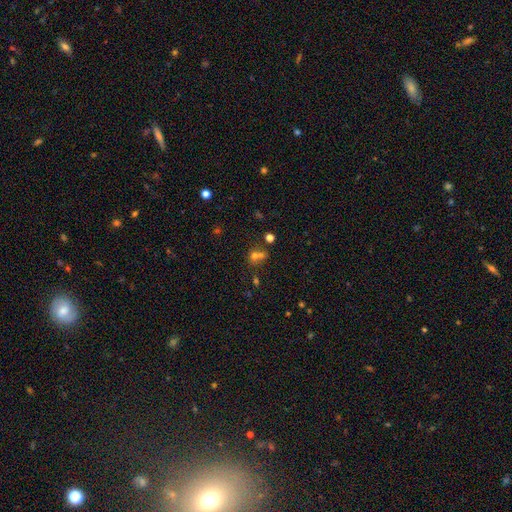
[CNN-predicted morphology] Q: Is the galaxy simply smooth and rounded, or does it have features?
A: smooth — 63%.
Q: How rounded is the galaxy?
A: round — 73%.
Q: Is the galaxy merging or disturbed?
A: merger — 51%.